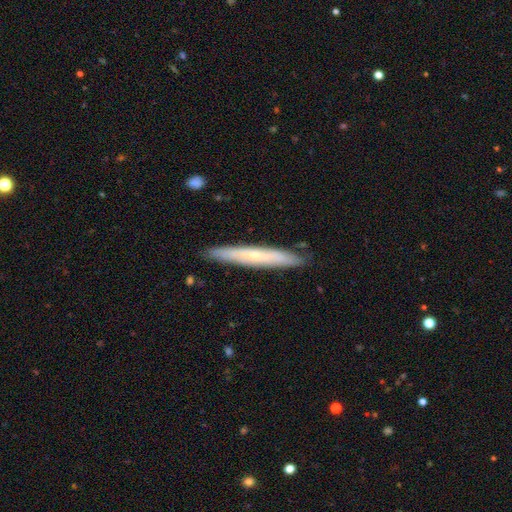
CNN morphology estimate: Overall: featured or disk (49%; smooth 45%). Merging: none (89%).